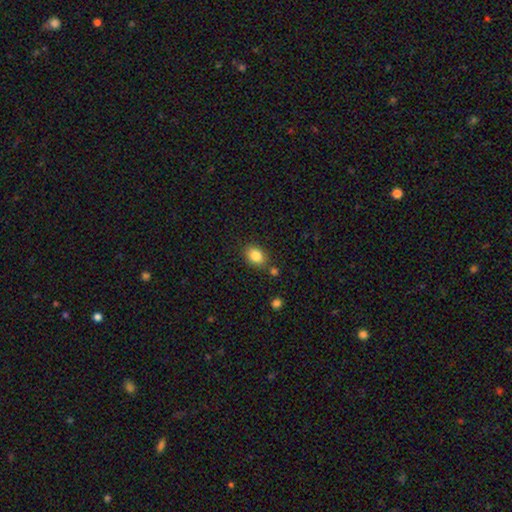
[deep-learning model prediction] Smooth or featured? smooth (85%)
How rounded? in between (66%)
Merging? none (78%)